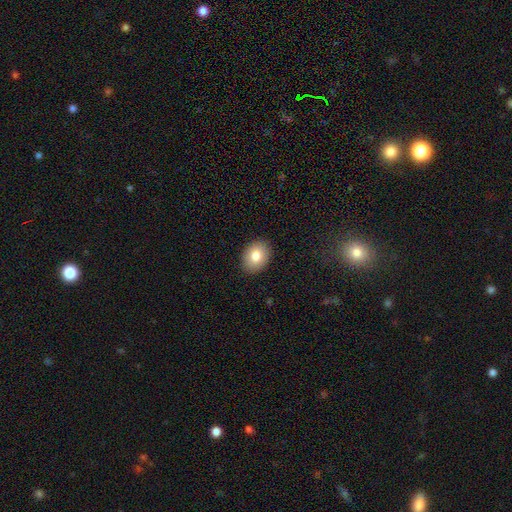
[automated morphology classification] This is clearly a smooth galaxy (82%). How rounded: likely in between (67%). Merging: clearly none (89%).